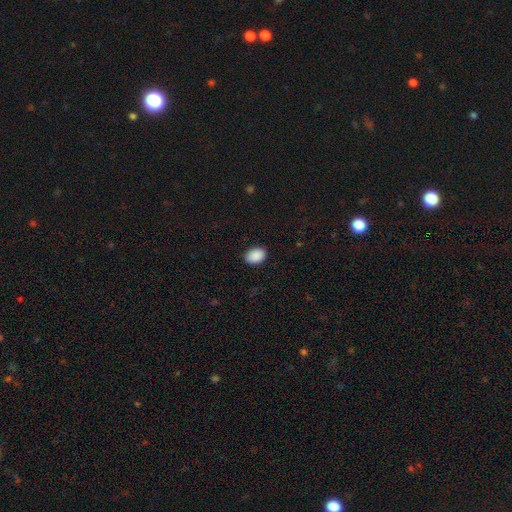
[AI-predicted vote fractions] Morphology: type=smooth (91%); roundness=in between (81%); merging=none (89%).